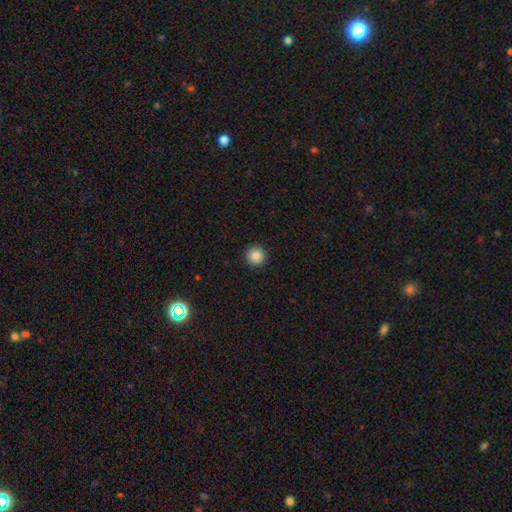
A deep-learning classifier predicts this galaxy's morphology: Q: Smooth or featured?
A: smooth (86%); runner-up: star or artifact (10%)
Q: How rounded?
A: round (96%); runner-up: in between (3%)
Q: Merging?
A: none (93%); runner-up: minor disturbance (4%)